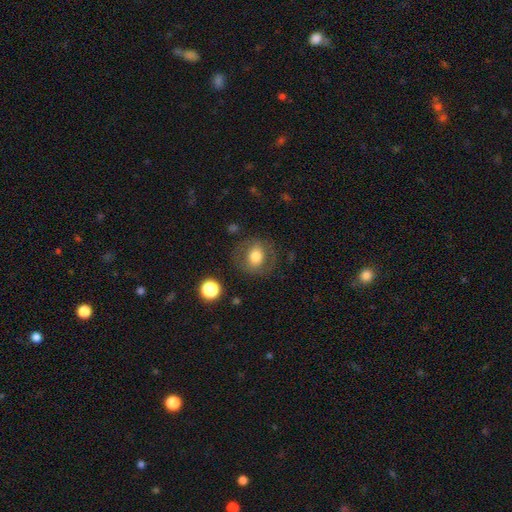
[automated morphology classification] This is likely a smooth galaxy (67%). How rounded: likely round (70%). Merging: likely none (77%).